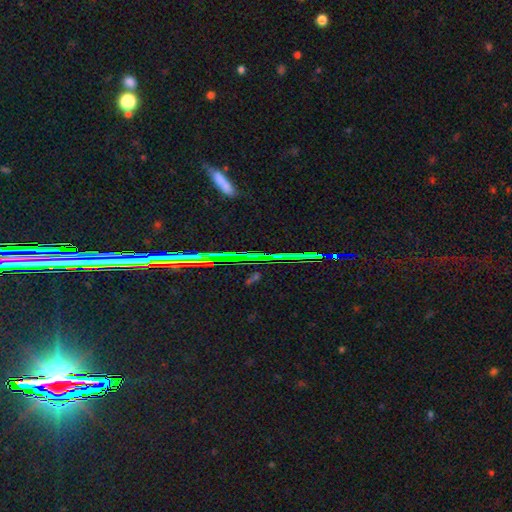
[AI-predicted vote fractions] smooth_or_featured: star or artifact (p=0.73) [alt: smooth p=0.14]